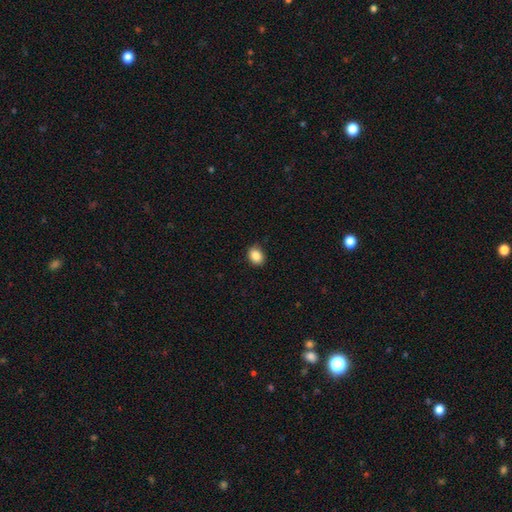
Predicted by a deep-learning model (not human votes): Smooth or featured: smooth — 88% (star or artifact — 9%)
How rounded: in between — 61% (round — 38%)
Merging: none — 84% (minor disturbance — 12%)